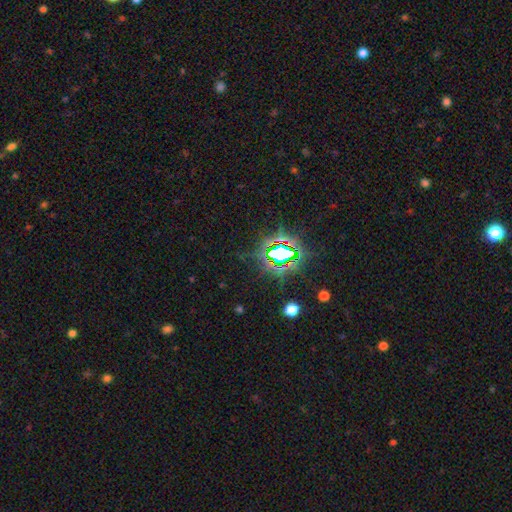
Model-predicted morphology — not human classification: The model was most divided on "smooth or featured": star or artifact: 82%, smooth: 11%, featured or disk: 7%.